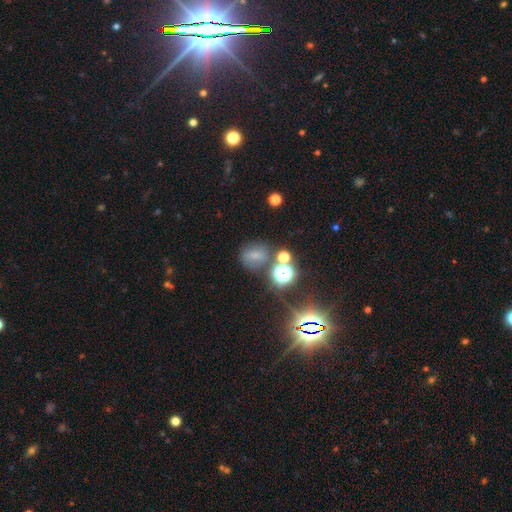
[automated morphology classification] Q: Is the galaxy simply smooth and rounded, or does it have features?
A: smooth — 56%.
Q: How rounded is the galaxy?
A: round — 60%.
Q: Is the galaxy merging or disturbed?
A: none — 63%.